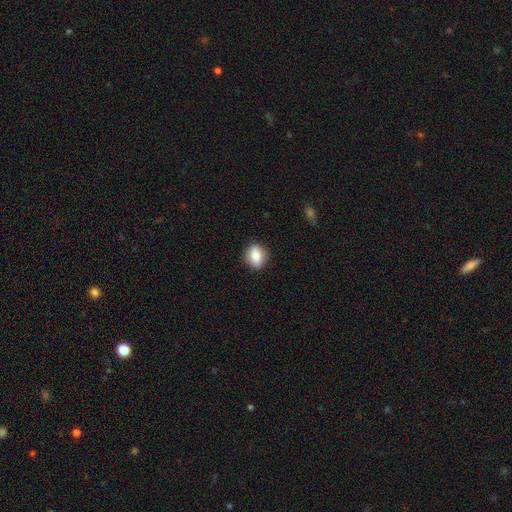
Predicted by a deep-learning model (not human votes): Morphology: type=smooth (84%); roundness=in between (55%); merging=none (86%).